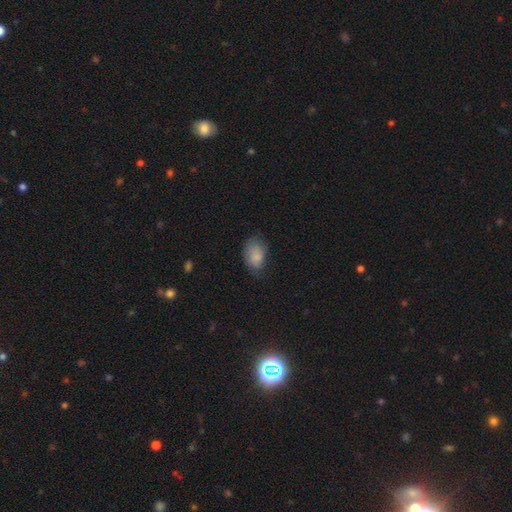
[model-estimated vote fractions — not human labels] Smooth or featured? smooth (82%)
How rounded? in between (84%)
Merging? none (56%)